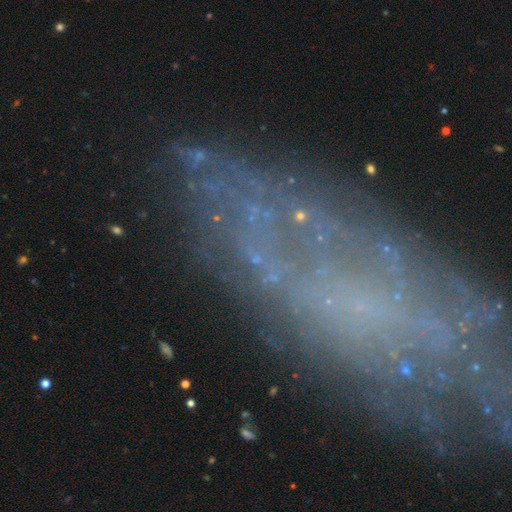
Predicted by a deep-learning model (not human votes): Smooth or featured?
  - star or artifact: 49% *
  - featured or disk: 34%
  - smooth: 18%